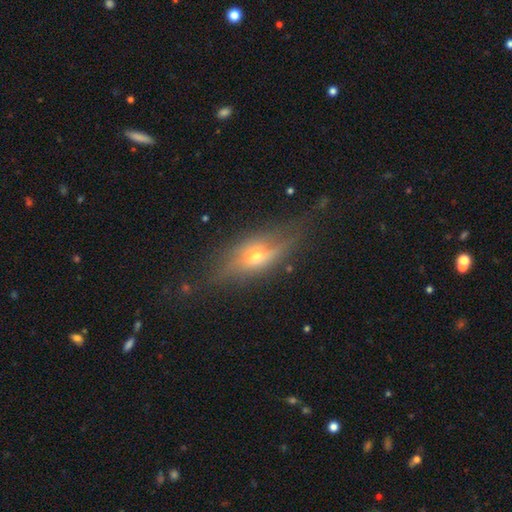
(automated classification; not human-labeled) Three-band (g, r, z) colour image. It shows a featured or disk galaxy (52%) viewed edge-on (70%). Merging: none (66%).